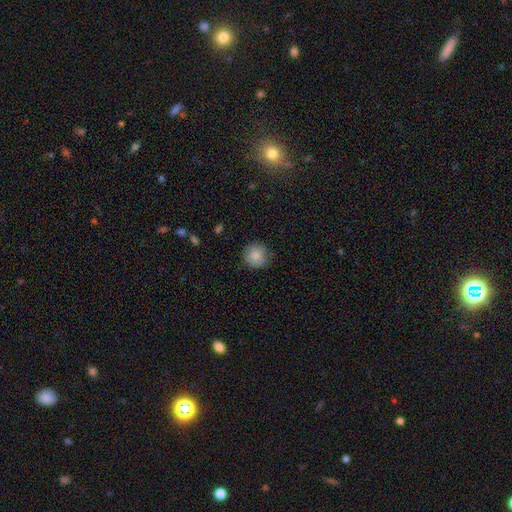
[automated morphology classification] smooth-or-featured: smooth: 85% | star or artifact: 8% | featured or disk: 7%
  how-rounded: round: 93% | in between: 6% | cigar-shaped: 1%
  merging: none: 82% | minor disturbance: 14% | major disturbance: 3% | merger: 1%